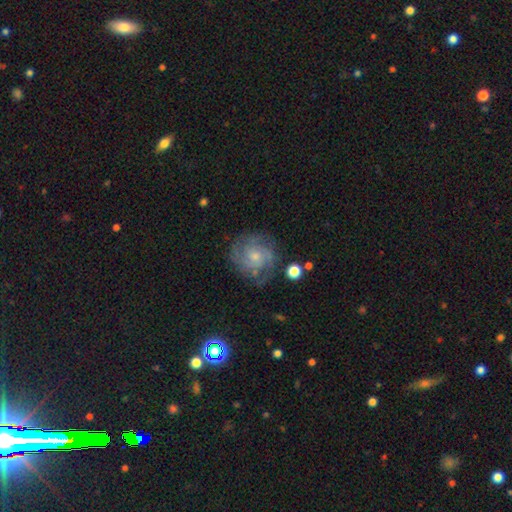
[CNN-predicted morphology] This is likely a featured or disk galaxy (72%). It is clearly not viewed edge-on (98%). Bar: likely no (75%). Spiral arm pattern: clearly yes (91%). Spiral arm count: marginally can't tell (35%). Spiral winding: possibly tight (59%). Central bulge: likely small (62%). Merging: likely none (75%).